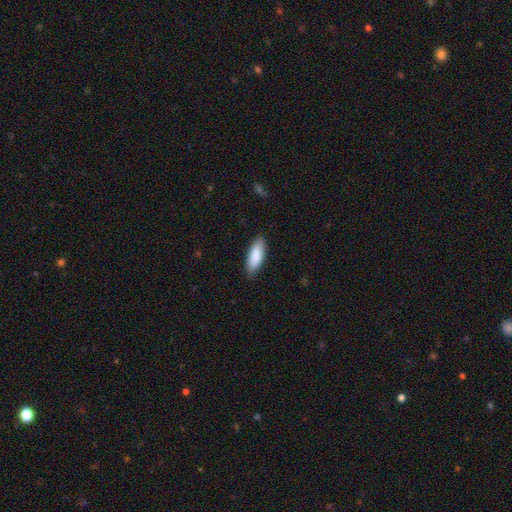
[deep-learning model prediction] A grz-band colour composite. It shows a smooth galaxy with no disk features (87%) that is in between round and cigar-shaped (69%). Merging: none (86%).